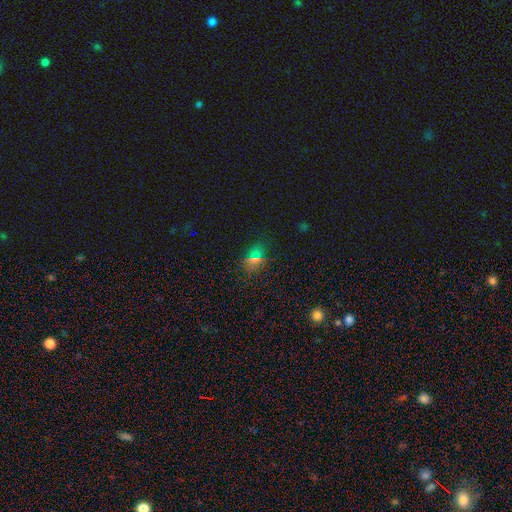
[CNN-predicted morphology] A smooth galaxy with no disk features (58%) that is in between round and cigar-shaped (56%).

Vote fractions:
- Smooth or featured? smooth: 58% / star or artifact: 33% / featured or disk: 9%
- How rounded? in between: 56% / round: 40% / cigar-shaped: 4%
- Merging? none: 83% / minor disturbance: 10% / major disturbance: 4% / merger: 2%